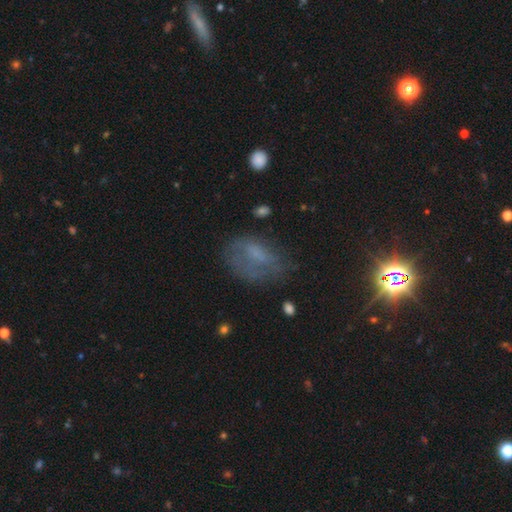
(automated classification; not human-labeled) Smooth or featured?
  - smooth: 46% *
  - featured or disk: 34%
  - star or artifact: 20%
Merging?
  - none: 48% *
  - minor disturbance: 26%
  - major disturbance: 24%
  - merger: 3%